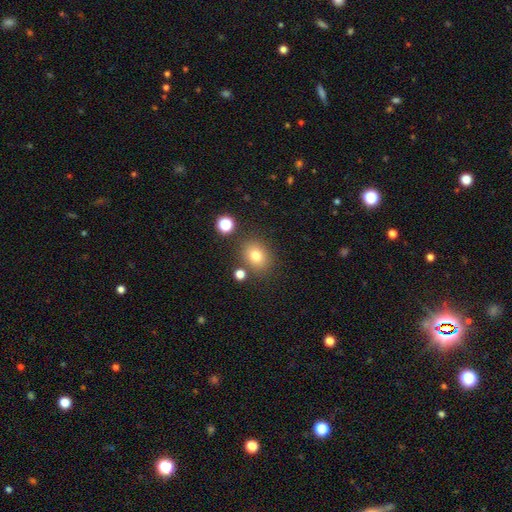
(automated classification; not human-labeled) The model was most divided on "how rounded": in between: 52%, round: 47%, cigar-shaped: 1%. More confident: merging — none (80%); smooth or featured — smooth (78%).